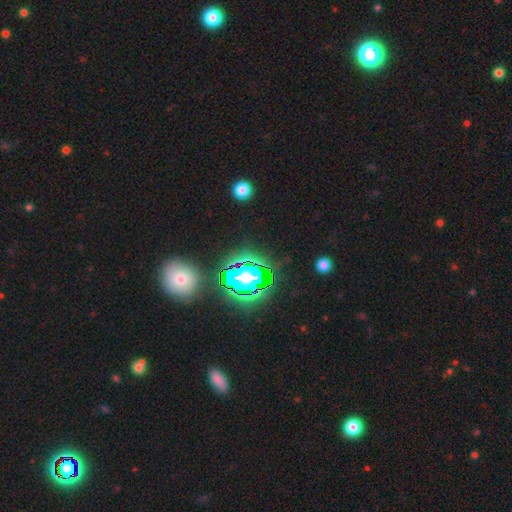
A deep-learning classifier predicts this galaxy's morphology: Smooth or featured? star or artifact (70%)